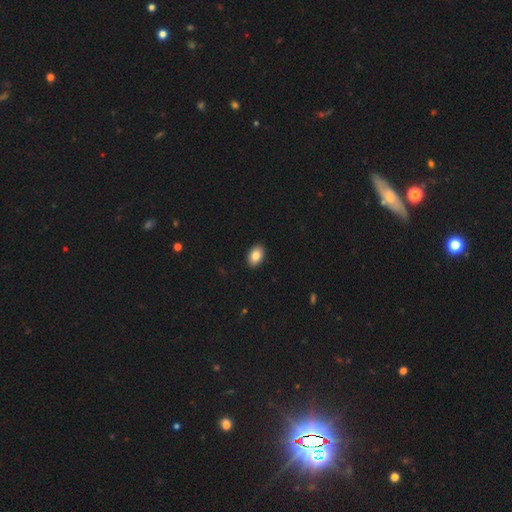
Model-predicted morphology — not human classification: Smooth or featured: smooth — 85% (star or artifact — 8%)
How rounded: in between — 88% (round — 11%)
Merging: none — 91% (minor disturbance — 6%)